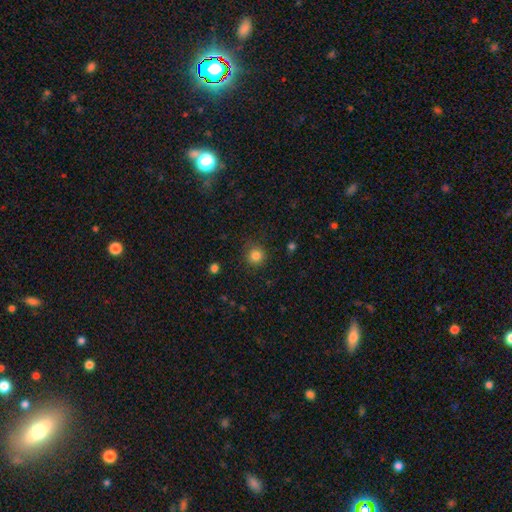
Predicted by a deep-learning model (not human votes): A smooth galaxy with no disk features (83%) that is round (94%).

Vote fractions:
- Smooth or featured? smooth: 83% / star or artifact: 12% / featured or disk: 5%
- How rounded? round: 94% / in between: 6% / cigar-shaped: 1%
- Merging? none: 88% / minor disturbance: 8% / major disturbance: 3% / merger: 1%